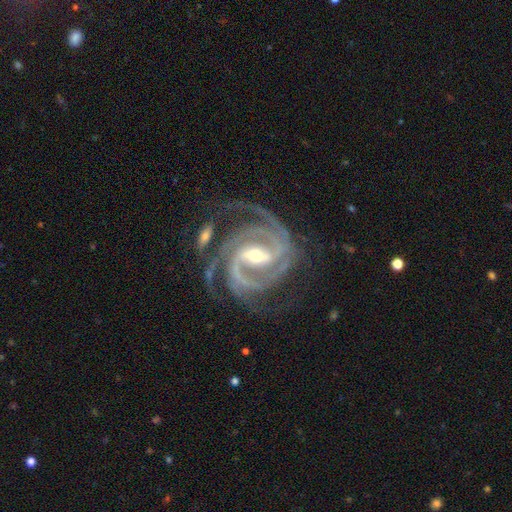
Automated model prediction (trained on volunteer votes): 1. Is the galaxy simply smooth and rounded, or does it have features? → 94% featured or disk, 4% star or artifact, 2% smooth.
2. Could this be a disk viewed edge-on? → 98% no, 2% yes.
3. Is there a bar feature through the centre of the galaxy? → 55% strong, 34% weak, 11% no.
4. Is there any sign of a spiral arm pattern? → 99% yes, 1% no.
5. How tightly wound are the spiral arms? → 52% tight, 42% medium, 6% loose.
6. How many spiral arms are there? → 48% 2, 31% 3, 6% 4, 6% can't tell, 4% 1, 4% more than 4.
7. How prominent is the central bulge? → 56% moderate, 39% small, 3% large, 1% none, 1% dominant.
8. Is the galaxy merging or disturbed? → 65% none, 18% minor disturbance, 13% major disturbance, 4% merger.